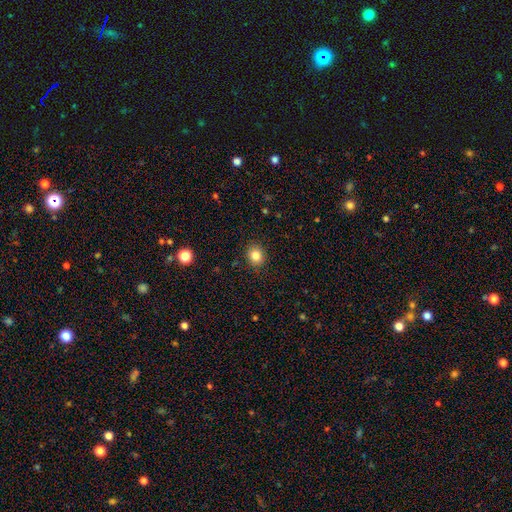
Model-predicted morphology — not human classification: smooth-or-featured: smooth: 84% | star or artifact: 11% | featured or disk: 6%
  how-rounded: round: 70% | in between: 29% | cigar-shaped: 1%
  merging: none: 89% | minor disturbance: 8% | major disturbance: 2% | merger: 1%